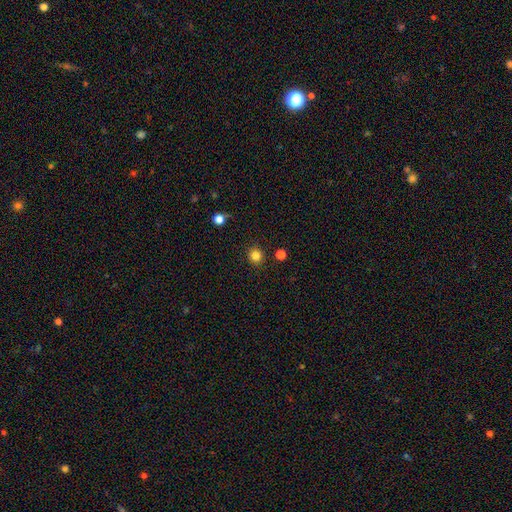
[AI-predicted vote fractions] Morphology: type=smooth (83%); roundness=round (91%); merging=none (90%).